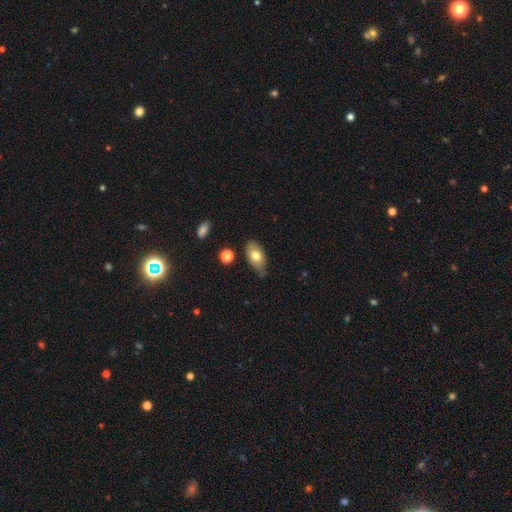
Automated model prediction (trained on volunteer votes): The model was most divided on "merging": none: 66%, minor disturbance: 26%, major disturbance: 4%, merger: 3%. More confident: how rounded — in between (91%); smooth or featured — smooth (71%).